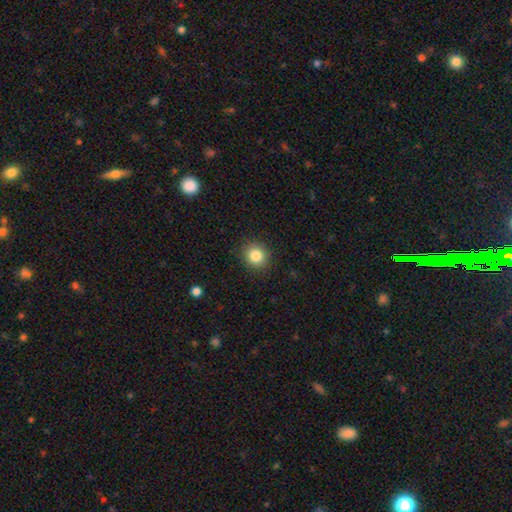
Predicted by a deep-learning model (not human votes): This appears to be a smooth galaxy with no disk features (84%) that is round (82%). Merging: none (90%).